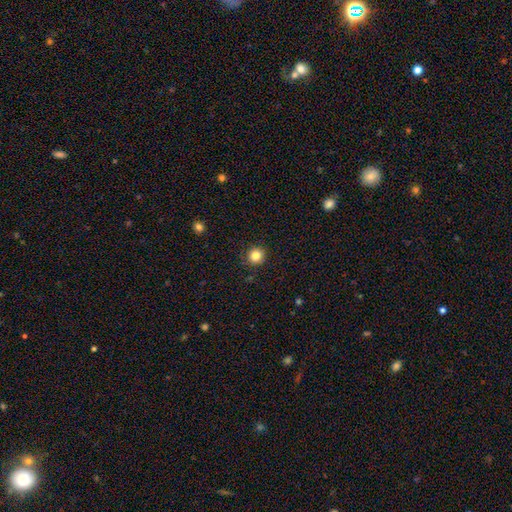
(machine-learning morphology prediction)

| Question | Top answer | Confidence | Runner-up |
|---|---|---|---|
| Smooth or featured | smooth | 84% | star or artifact (11%) |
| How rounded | round | 93% | in between (6%) |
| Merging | none | 91% | minor disturbance (6%) |